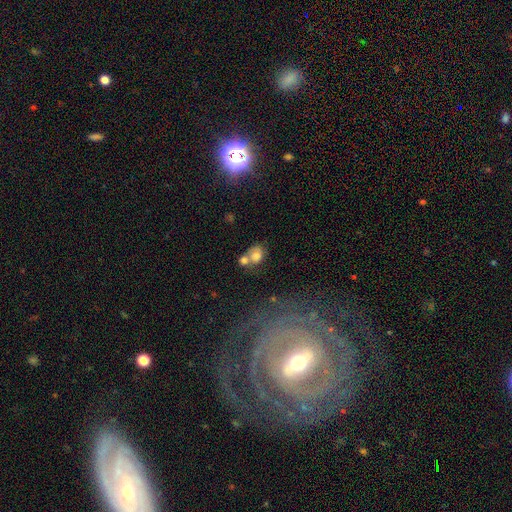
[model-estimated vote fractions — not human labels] Overall: smooth (72%). How rounded: round (55%; in between 44%). Merging: merger (46%; none 35%).